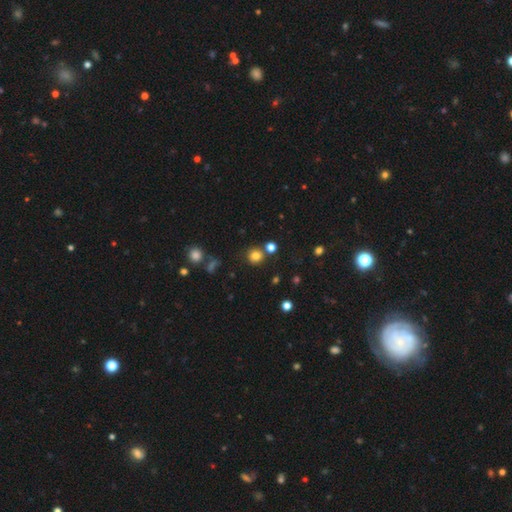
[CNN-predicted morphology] A smooth galaxy with no disk features (79%) that is round (91%). Merging: none (80%).